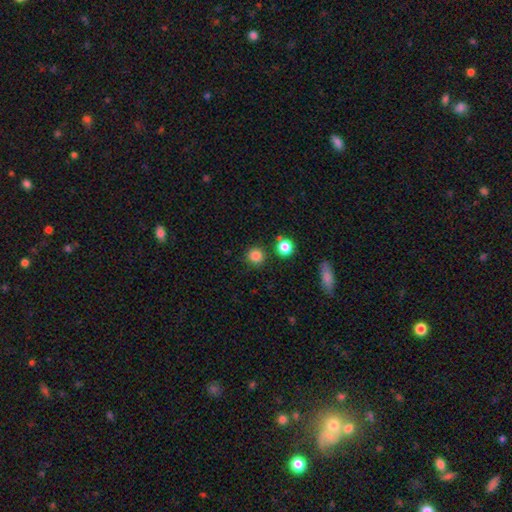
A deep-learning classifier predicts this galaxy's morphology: Q: Smooth or featured?
A: smooth (84%); runner-up: star or artifact (12%)
Q: How rounded?
A: round (93%); runner-up: in between (6%)
Q: Merging?
A: none (87%); runner-up: minor disturbance (7%)